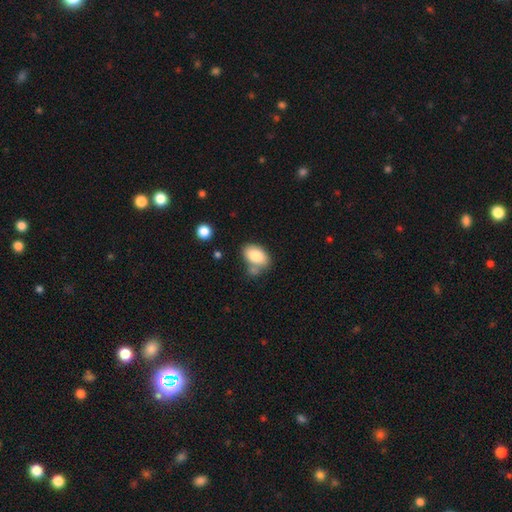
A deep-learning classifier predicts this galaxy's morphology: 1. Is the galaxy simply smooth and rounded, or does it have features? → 82% smooth, 11% featured or disk, 7% star or artifact.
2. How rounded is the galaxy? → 89% in between, 10% round, 1% cigar-shaped.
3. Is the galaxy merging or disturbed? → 54% none, 20% merger, 19% minor disturbance, 6% major disturbance.